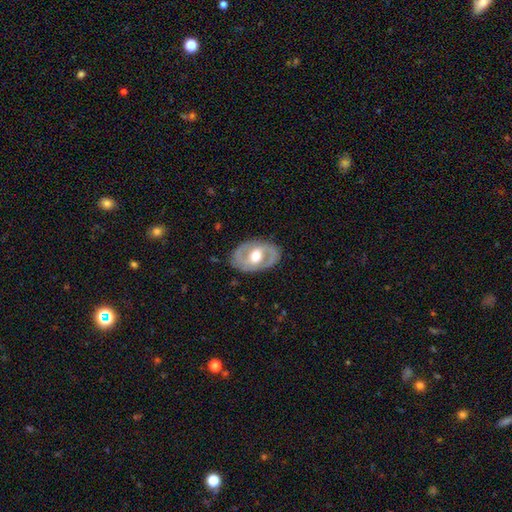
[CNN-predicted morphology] The model was most divided on "bar": no: 42%, weak: 41%, strong: 17%. More confident: edge-on disk — no (95%); spiral arm count — 2 (88%); merging — none (83%); smooth or featured — featured or disk (79%); spiral arms — yes (79%); bulge size — moderate (70%); spiral winding — medium (50%).